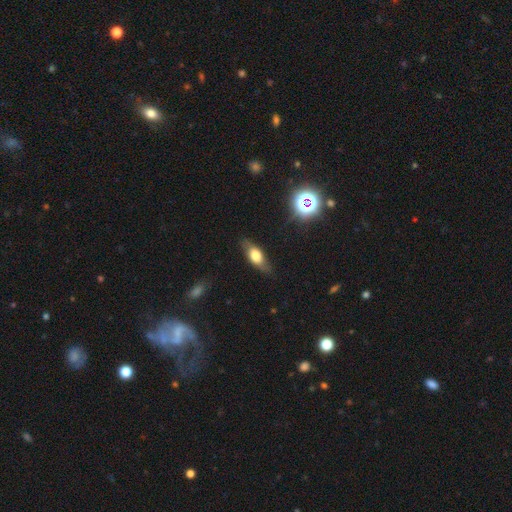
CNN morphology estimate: smooth_or_featured: smooth (p=0.58) [alt: featured or disk p=0.33]
how_rounded: in between (p=0.72) [alt: cigar-shaped p=0.22]
merging: none (p=0.76) [alt: minor disturbance p=0.18]